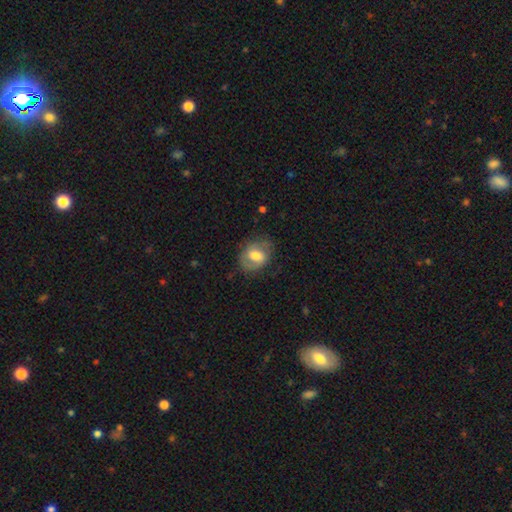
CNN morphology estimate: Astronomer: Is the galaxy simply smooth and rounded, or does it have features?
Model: smooth — 49% (runner-up: featured or disk, 43%).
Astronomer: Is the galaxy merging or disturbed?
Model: none — 68%.